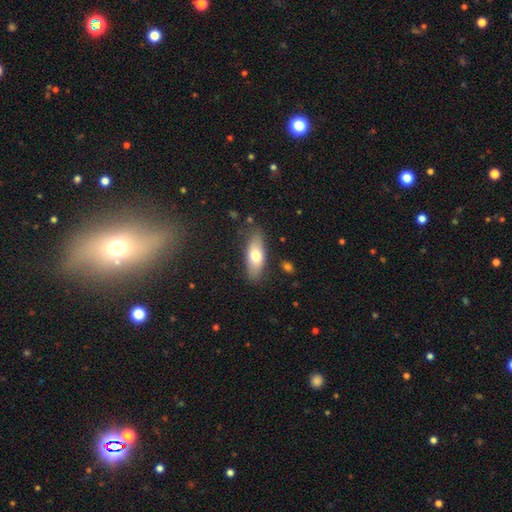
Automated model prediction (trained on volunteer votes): Q: Smooth or featured?
A: smooth (68%); runner-up: featured or disk (25%)
Q: How rounded?
A: in between (74%); runner-up: cigar-shaped (23%)
Q: Merging?
A: none (81%); runner-up: minor disturbance (14%)